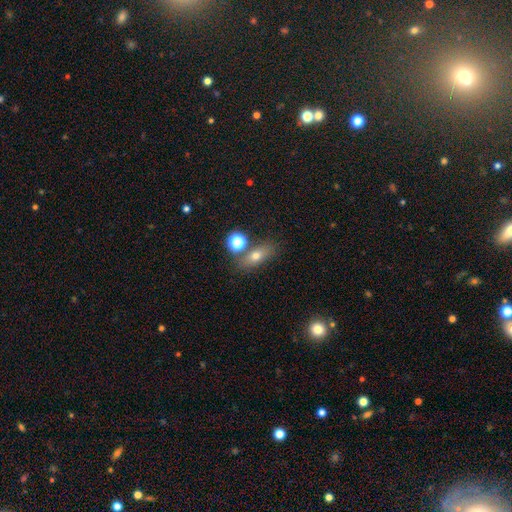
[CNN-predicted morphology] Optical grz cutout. It shows a smooth galaxy with no disk features (69%) that is in between round and cigar-shaped (65%). Merging: none (68%).